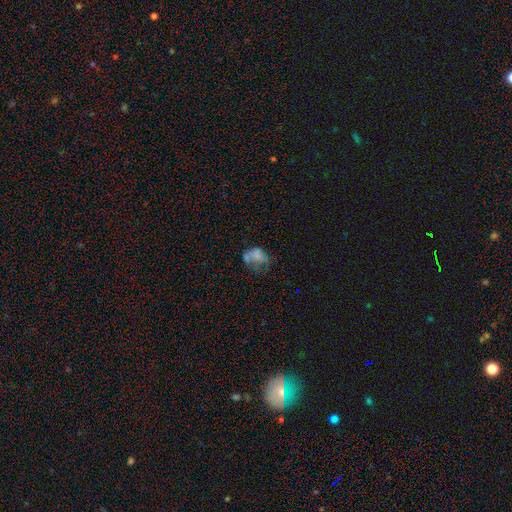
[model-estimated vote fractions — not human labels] The model was most divided on "merging": major disturbance: 36%, none: 30%, minor disturbance: 24%, merger: 10%. More confident: how rounded — in between (71%); smooth or featured — smooth (53%).